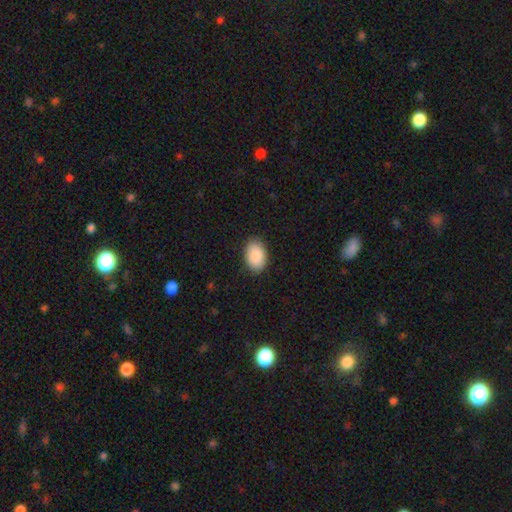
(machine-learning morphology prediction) smooth-or-featured: smooth: 89% | star or artifact: 6% | featured or disk: 4%
  how-rounded: in between: 88% | round: 10% | cigar-shaped: 1%
  merging: none: 87% | minor disturbance: 10% | major disturbance: 2% | merger: 1%